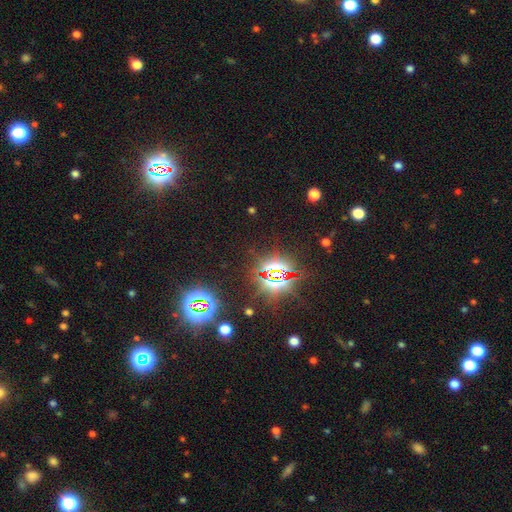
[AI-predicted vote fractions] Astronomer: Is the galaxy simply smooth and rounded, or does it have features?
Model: star or artifact — 82%.